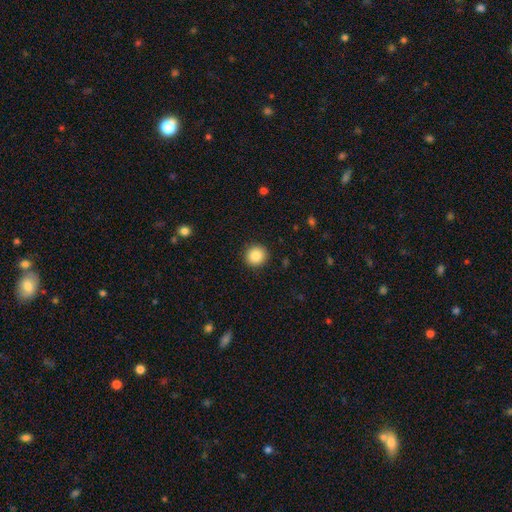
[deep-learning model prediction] smooth-or-featured: smooth: 87% | star or artifact: 9% | featured or disk: 4%
  how-rounded: round: 93% | in between: 6% | cigar-shaped: 1%
  merging: none: 92% | minor disturbance: 5% | major disturbance: 2% | merger: 1%